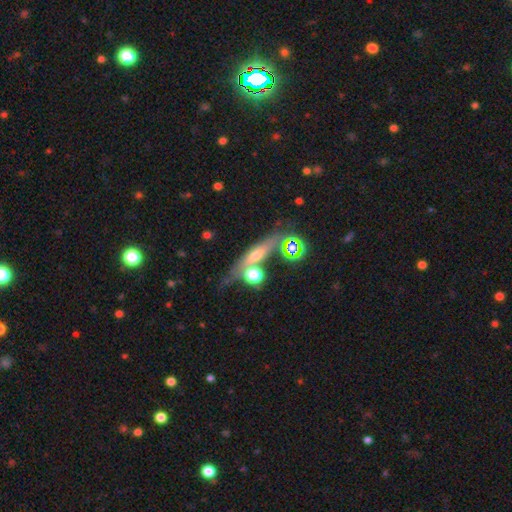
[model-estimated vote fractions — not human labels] smooth-or-featured: featured or disk: 46% | smooth: 35% | star or artifact: 19%
  merging: none: 61% | merger: 16% | minor disturbance: 15% | major disturbance: 8%